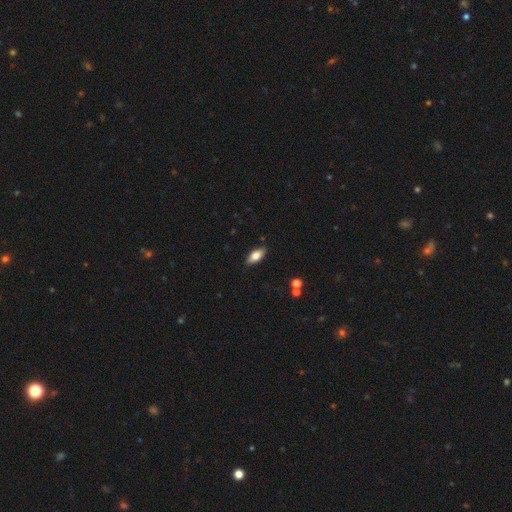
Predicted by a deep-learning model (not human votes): Smooth or featured? smooth (78%)
How rounded? in between (86%)
Merging? none (88%)